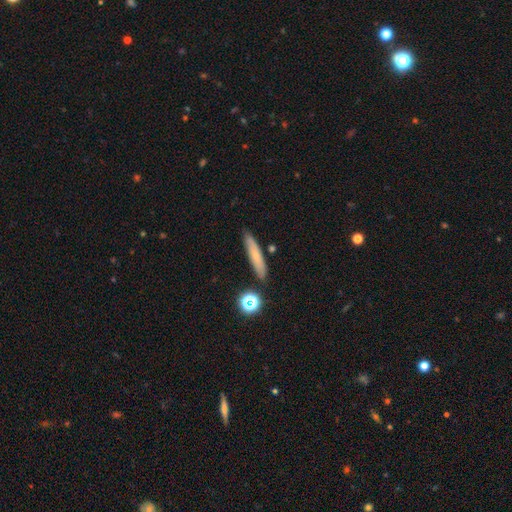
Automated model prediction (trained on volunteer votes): Smooth or featured?
  - smooth: 69% *
  - featured or disk: 21%
  - star or artifact: 11%
How rounded?
  - cigar-shaped: 87% *
  - in between: 10%
  - round: 3%
Merging?
  - none: 84% *
  - minor disturbance: 10%
  - merger: 4%
  - major disturbance: 2%